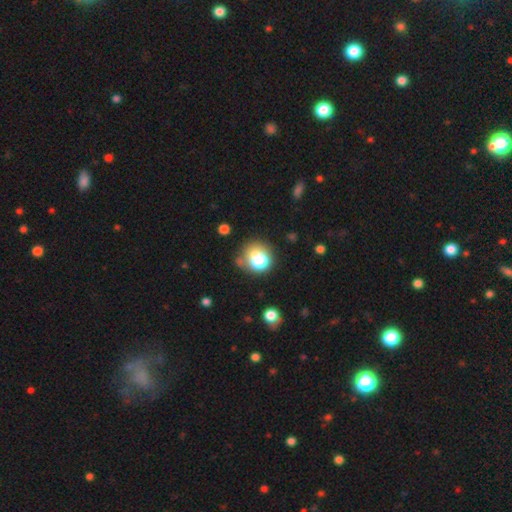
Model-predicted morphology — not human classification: A smooth galaxy with no disk features (72%) that is round (77%). Merging: none (53%).